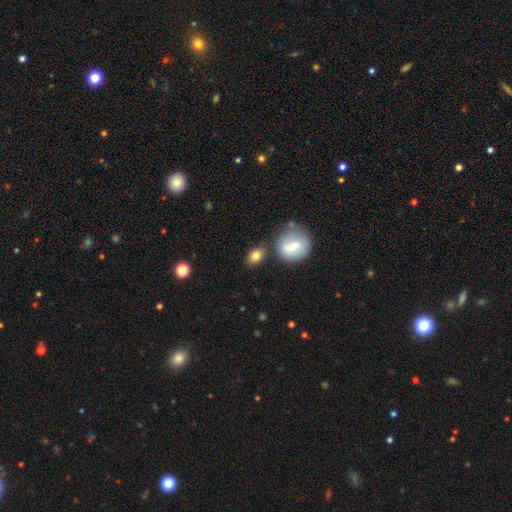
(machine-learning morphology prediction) This appears to be a smooth galaxy with no disk features (80%) that is in between round and cigar-shaped (66%). Merging: none (70%).